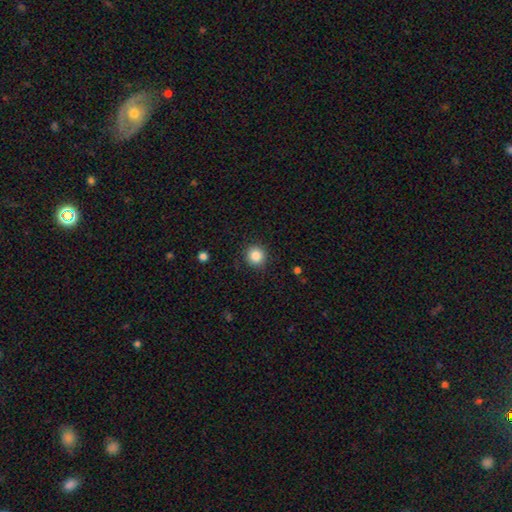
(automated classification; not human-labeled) smooth 85%, star or artifact 10%, featured or disk 4%. Down the decision tree: how rounded — round (93%); merging — none (89%).